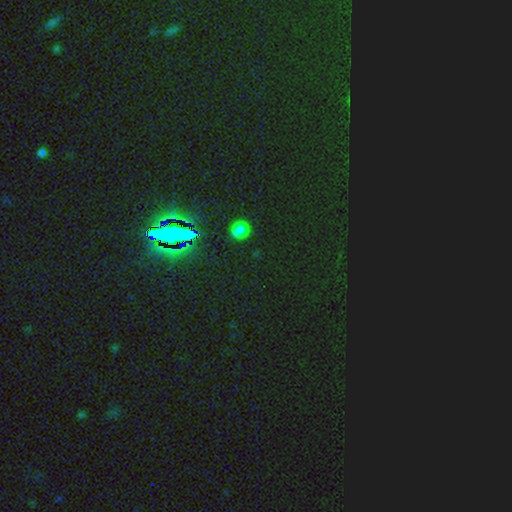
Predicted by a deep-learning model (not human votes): Smooth or featured?
  - star or artifact: 84% *
  - smooth: 10%
  - featured or disk: 6%